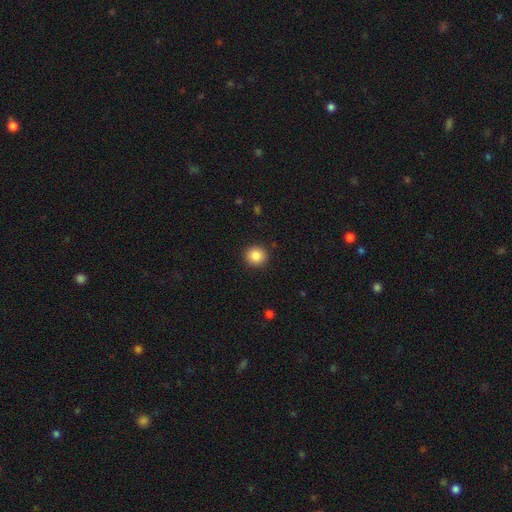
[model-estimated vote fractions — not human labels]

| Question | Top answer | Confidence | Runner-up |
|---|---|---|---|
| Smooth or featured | smooth | 87% | star or artifact (9%) |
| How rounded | round | 91% | in between (8%) |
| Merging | none | 92% | minor disturbance (6%) |